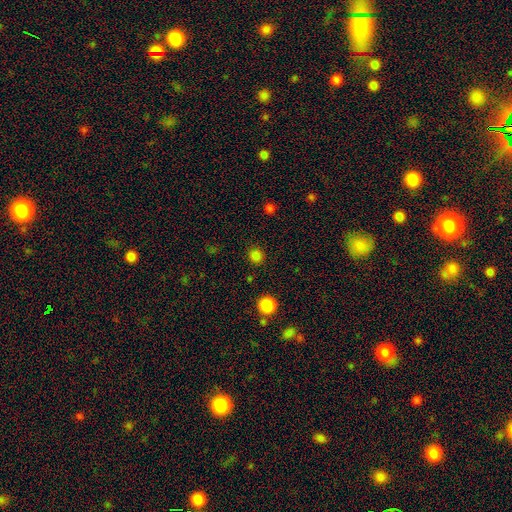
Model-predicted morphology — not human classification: smooth_or_featured: smooth (p=0.83) [alt: star or artifact p=0.14]
how_rounded: round (p=0.90) [alt: in between p=0.09]
merging: none (p=0.89) [alt: minor disturbance p=0.06]